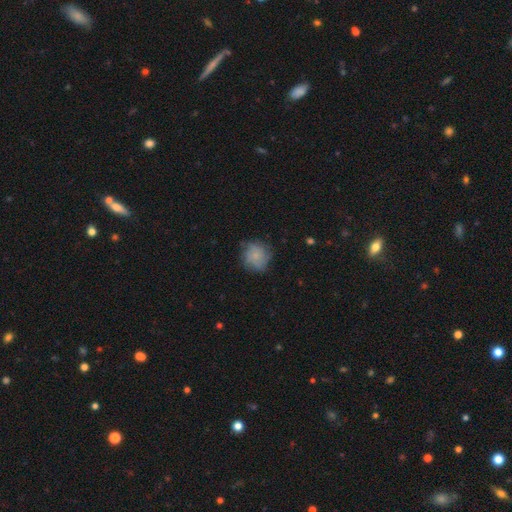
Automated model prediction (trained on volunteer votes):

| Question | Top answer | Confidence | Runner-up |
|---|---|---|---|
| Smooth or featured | smooth | 64% | featured or disk (27%) |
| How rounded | round | 86% | in between (13%) |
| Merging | none | 66% | minor disturbance (24%) |